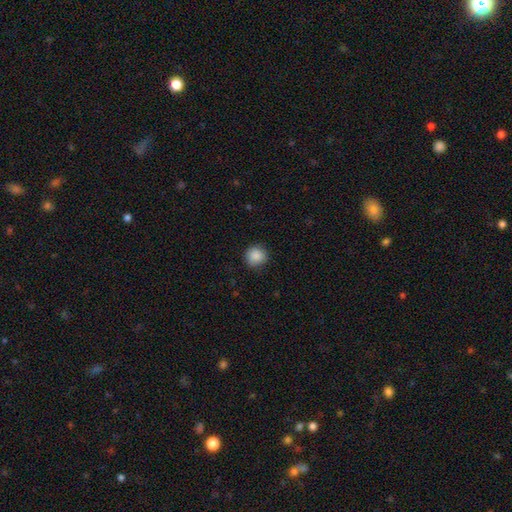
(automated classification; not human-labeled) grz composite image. It shows a smooth galaxy with no disk features (88%) that is round (93%). Merging: none (87%).